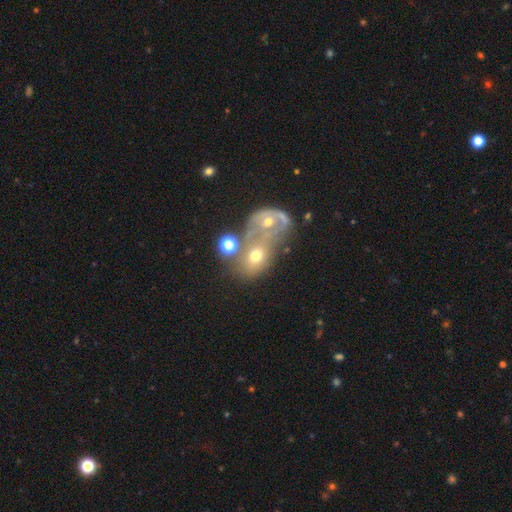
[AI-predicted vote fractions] Smooth or featured? Predicted: smooth (p=0.50). How rounded? Predicted: in between (p=0.57). Merging? Predicted: merger (p=0.62).